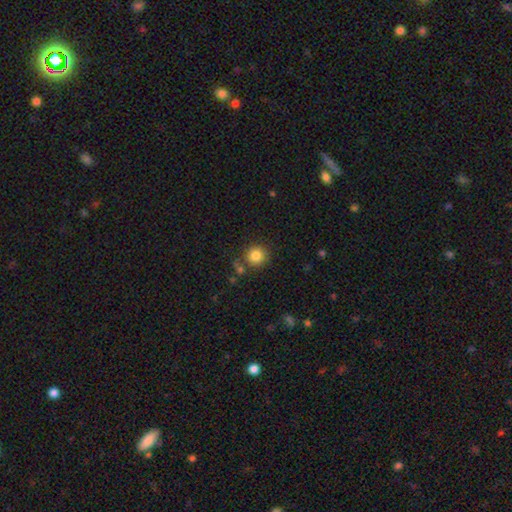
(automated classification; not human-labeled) Q: Smooth or featured?
A: smooth (84%); runner-up: star or artifact (10%)
Q: How rounded?
A: round (91%); runner-up: in between (8%)
Q: Merging?
A: none (77%); runner-up: minor disturbance (11%)